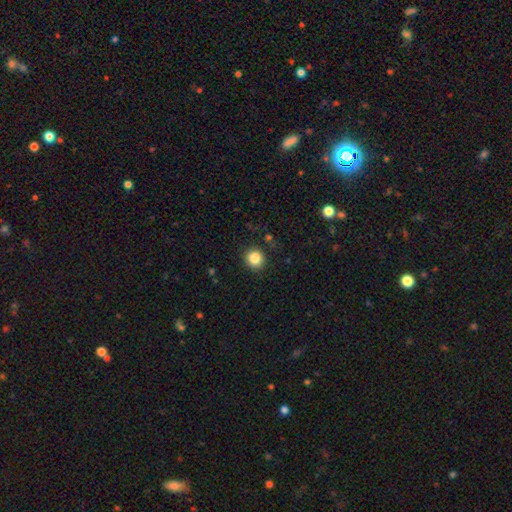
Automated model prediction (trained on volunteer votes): smooth-or-featured: smooth: 85% | star or artifact: 11% | featured or disk: 4%
  how-rounded: round: 88% | in between: 11% | cigar-shaped: 1%
  merging: none: 88% | minor disturbance: 8% | major disturbance: 2% | merger: 2%